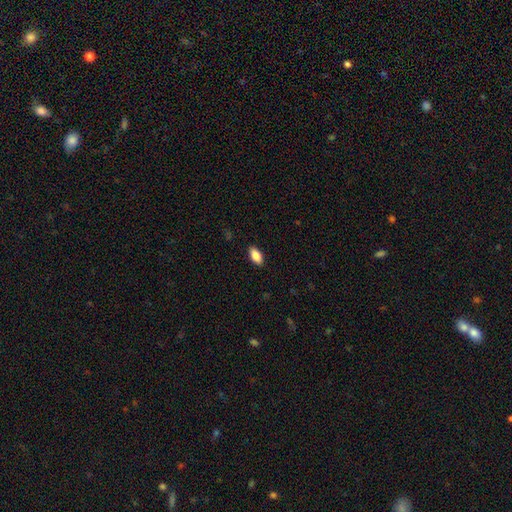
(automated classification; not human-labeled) smooth 86%, star or artifact 7%, featured or disk 7%. Down the decision tree: how rounded — in between (91%); merging — none (89%).